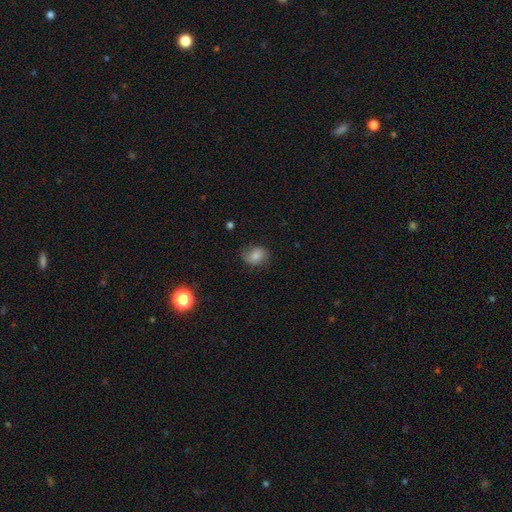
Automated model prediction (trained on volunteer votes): The model was most divided on "how rounded": in between: 50%, round: 49%, cigar-shaped: 1%. More confident: merging — none (75%); smooth or featured — smooth (75%).